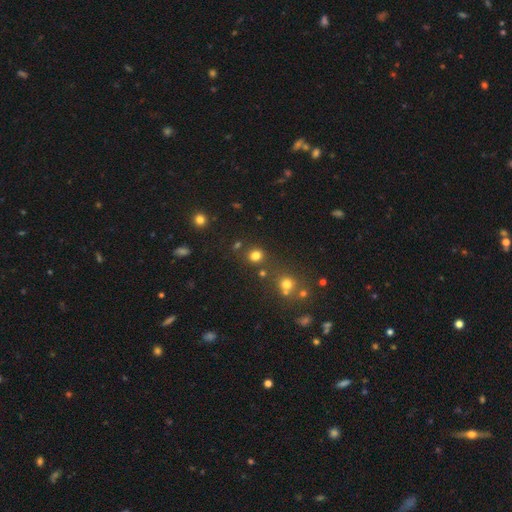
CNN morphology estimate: smooth_or_featured: smooth (p=0.76) [alt: star or artifact p=0.18]
how_rounded: round (p=0.81) [alt: in between p=0.18]
merging: none (p=0.78) [alt: merger p=0.09]